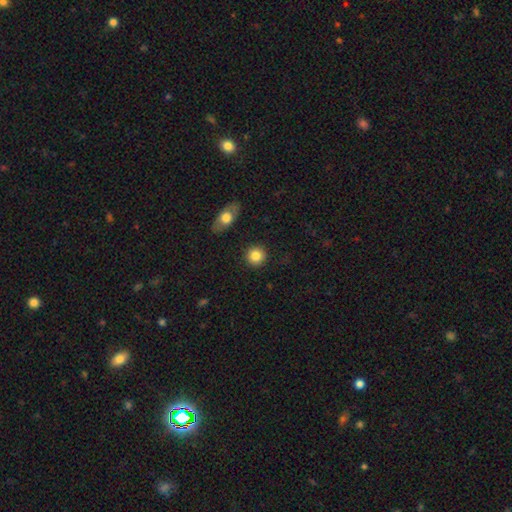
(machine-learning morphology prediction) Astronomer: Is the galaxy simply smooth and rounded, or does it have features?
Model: smooth — 84%.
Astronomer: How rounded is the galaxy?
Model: round — 92%.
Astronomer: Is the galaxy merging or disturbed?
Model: none — 90%.